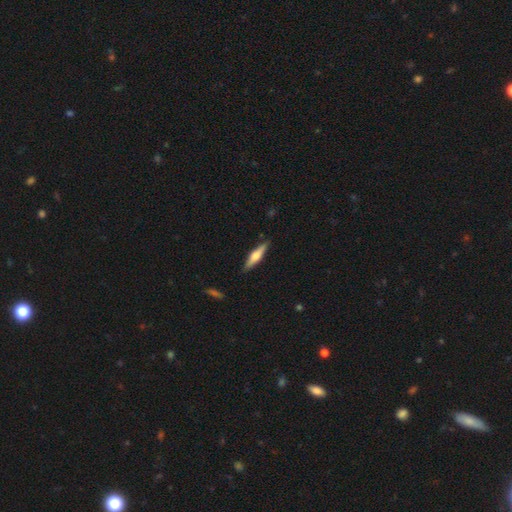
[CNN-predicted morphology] Smooth or featured: featured or disk — 56% (smooth — 38%)
Edge-on disk: yes — 96% (no — 4%)
Edge-on bulge: rounded — 85% (boxy — 11%)
Merging: none — 88% (minor disturbance — 9%)